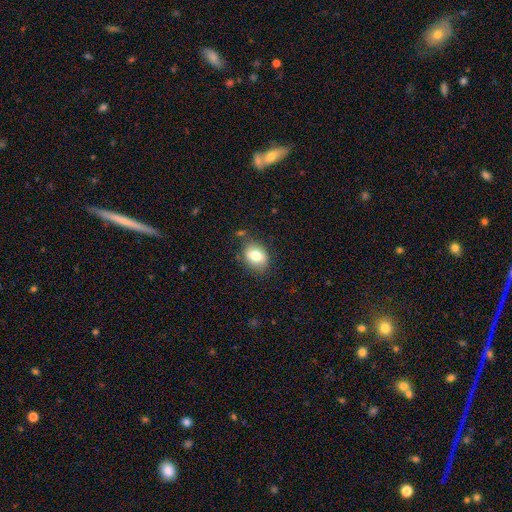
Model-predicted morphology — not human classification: Q: Smooth or featured?
A: smooth (77%); runner-up: featured or disk (14%)
Q: How rounded?
A: in between (60%); runner-up: round (39%)
Q: Merging?
A: none (77%); runner-up: minor disturbance (16%)